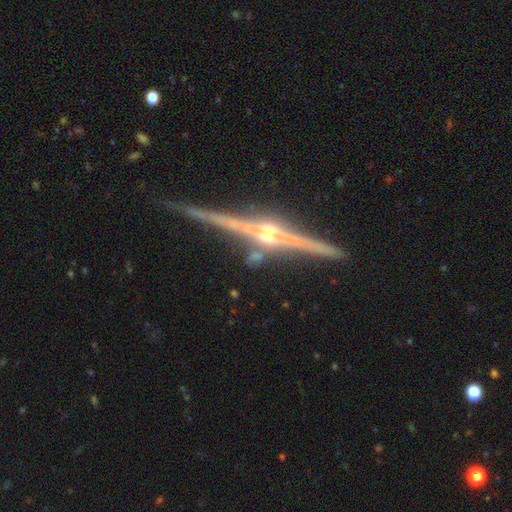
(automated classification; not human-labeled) The model was most divided on "merging": none: 84%, minor disturbance: 11%, merger: 3%, major disturbance: 2%. More confident: edge-on disk — yes (98%); edge-on bulge — rounded (88%); smooth or featured — featured or disk (87%).